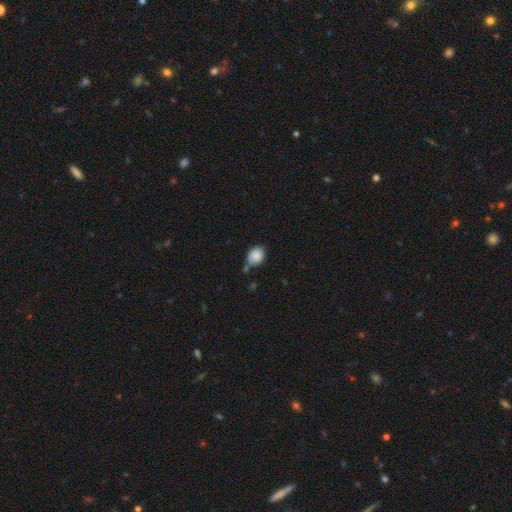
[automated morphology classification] Smooth or featured? smooth (84%)
How rounded? in between (58%)
Merging? none (58%)